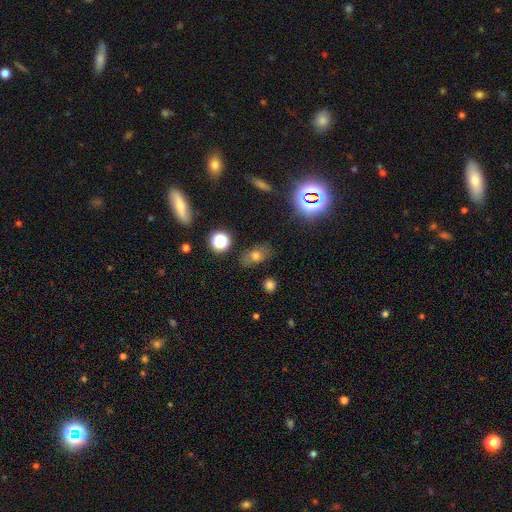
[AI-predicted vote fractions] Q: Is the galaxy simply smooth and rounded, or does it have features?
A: smooth — 67%.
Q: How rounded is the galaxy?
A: in between — 79%.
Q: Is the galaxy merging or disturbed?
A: none — 78%.